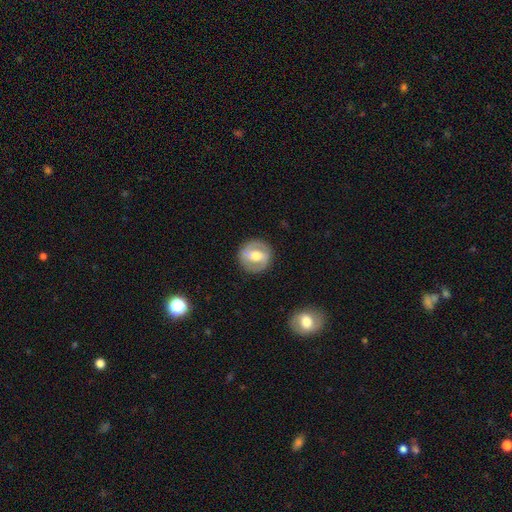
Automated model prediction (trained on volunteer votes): A featured or disk galaxy (66%) with a strong bar (46%), spiral arms (58%) and a moderate central bulge (73%).

Vote fractions:
- Smooth or featured? featured or disk: 66% / smooth: 29% / star or artifact: 6%
- Edge-on disk? no: 95% / yes: 5%
- Bar? strong: 46% / weak: 37% / no: 17%
- Spiral arms? yes: 58% / no: 42%
- Bulge size? moderate: 73% / small: 14% / large: 11% / dominant: 1% / none: 1%
- Merging? none: 87% / minor disturbance: 8% / major disturbance: 3% / merger: 1%